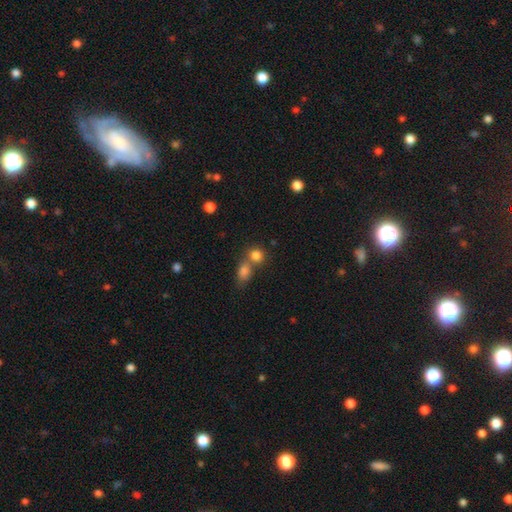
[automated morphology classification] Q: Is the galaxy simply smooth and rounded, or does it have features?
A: smooth — 82%.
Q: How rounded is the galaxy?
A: round — 76%.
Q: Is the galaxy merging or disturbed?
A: none — 45%.